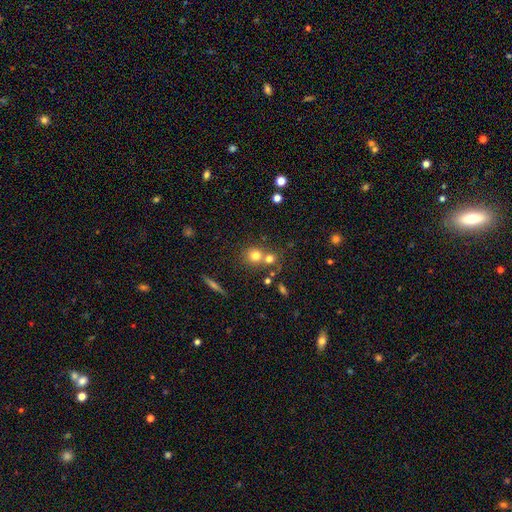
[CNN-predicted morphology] The model was most divided on "merging": none: 50%, merger: 40%, minor disturbance: 7%, major disturbance: 3%. More confident: how rounded — round (86%); smooth or featured — smooth (73%).